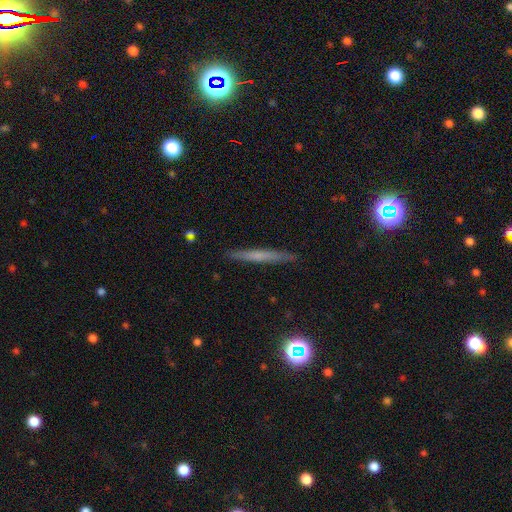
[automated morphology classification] Smooth or featured?
  - smooth: 47% *
  - featured or disk: 43%
  - star or artifact: 9%
Merging?
  - none: 90% *
  - minor disturbance: 7%
  - major disturbance: 2%
  - merger: 1%